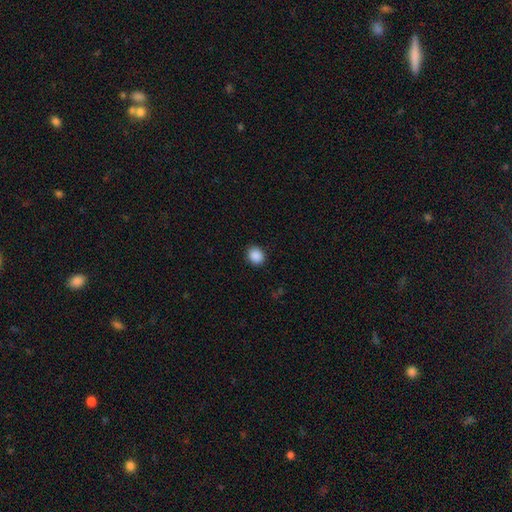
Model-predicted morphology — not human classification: Smooth or featured? Predicted: smooth (p=0.89). How rounded? Predicted: round (p=0.68). Merging? Predicted: none (p=0.90).